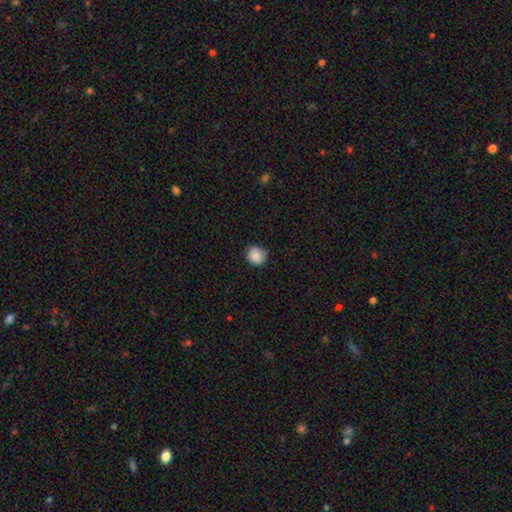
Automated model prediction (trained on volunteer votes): A smooth galaxy with no disk features (87%) that is round (90%).

Vote fractions:
- Smooth or featured? smooth: 87% / star or artifact: 8% / featured or disk: 5%
- How rounded? round: 90% / in between: 9% / cigar-shaped: 1%
- Merging? none: 85% / minor disturbance: 12% / major disturbance: 2% / merger: 1%